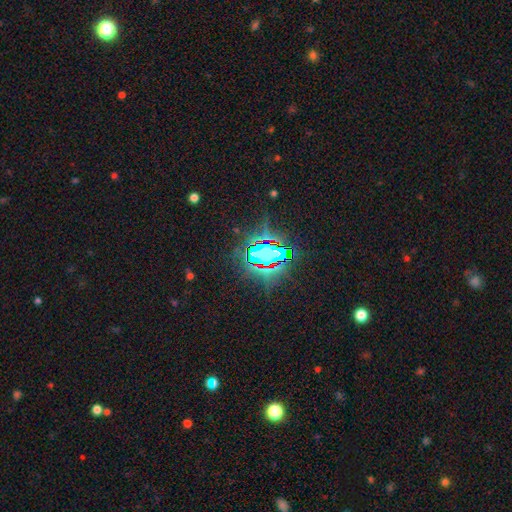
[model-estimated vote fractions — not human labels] Smooth or featured: star or artifact — 84% (smooth — 9%)